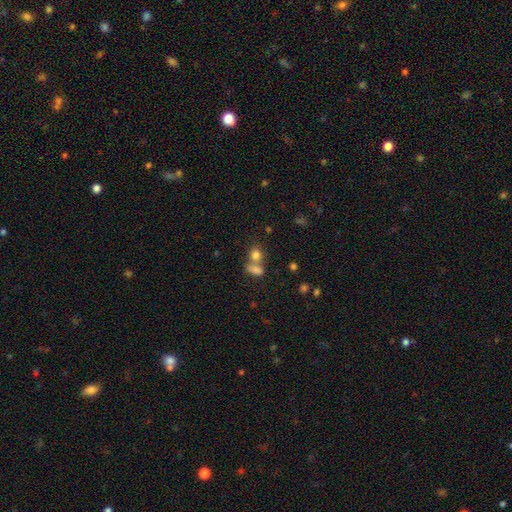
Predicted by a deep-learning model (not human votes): smooth_or_featured: smooth (p=0.79) [alt: star or artifact p=0.12]
how_rounded: round (p=0.61) [alt: in between p=0.37]
merging: merger (p=0.47) [alt: none p=0.41]